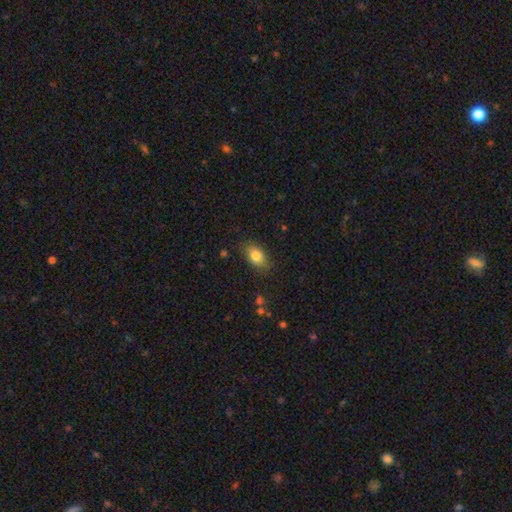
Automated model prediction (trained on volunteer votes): Smooth or featured: smooth — 82% (featured or disk — 10%)
How rounded: in between — 85% (round — 13%)
Merging: none — 82% (minor disturbance — 13%)